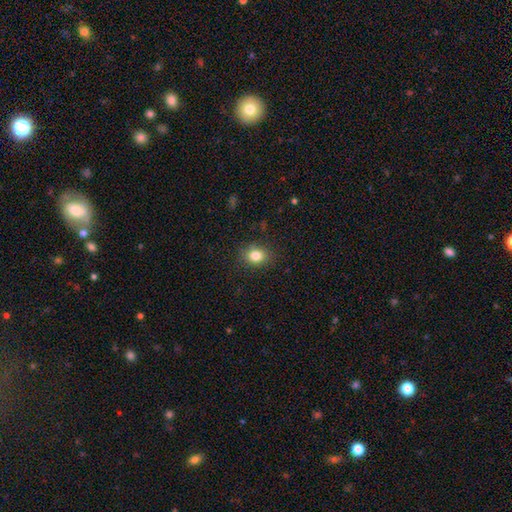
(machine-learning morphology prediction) Q: Smooth or featured?
A: smooth (83%); runner-up: star or artifact (11%)
Q: How rounded?
A: round (53%); runner-up: in between (46%)
Q: Merging?
A: none (86%); runner-up: minor disturbance (10%)